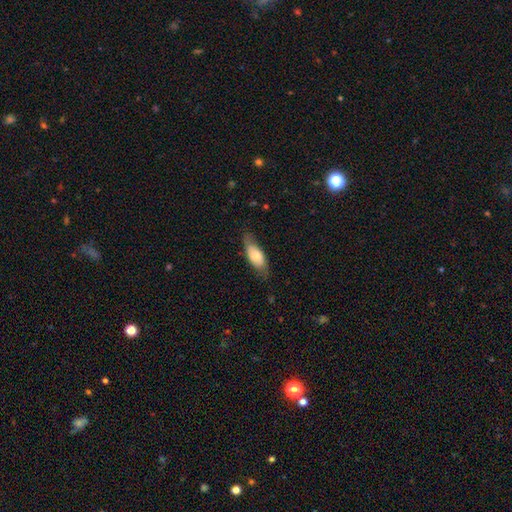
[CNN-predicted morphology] This is likely a smooth galaxy (68%). How rounded: likely in between (79%). Merging: likely none (71%).